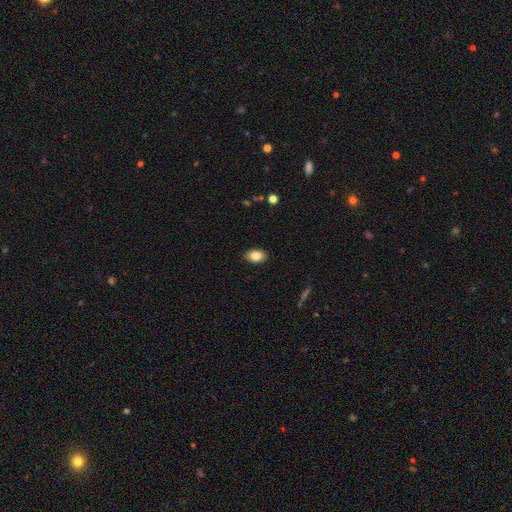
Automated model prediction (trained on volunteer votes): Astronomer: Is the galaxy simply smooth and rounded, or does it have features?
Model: smooth — 83%.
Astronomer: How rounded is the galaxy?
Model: in between — 88%.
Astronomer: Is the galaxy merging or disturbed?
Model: none — 89%.